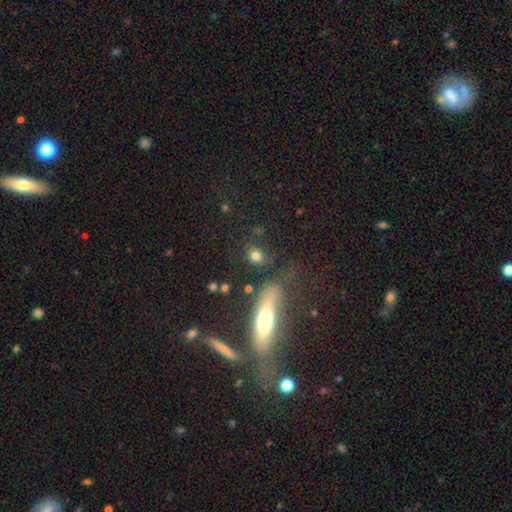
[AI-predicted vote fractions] Q: Smooth or featured?
A: smooth (75%); runner-up: star or artifact (14%)
Q: How rounded?
A: in between (54%); runner-up: round (42%)
Q: Merging?
A: none (69%); runner-up: minor disturbance (14%)